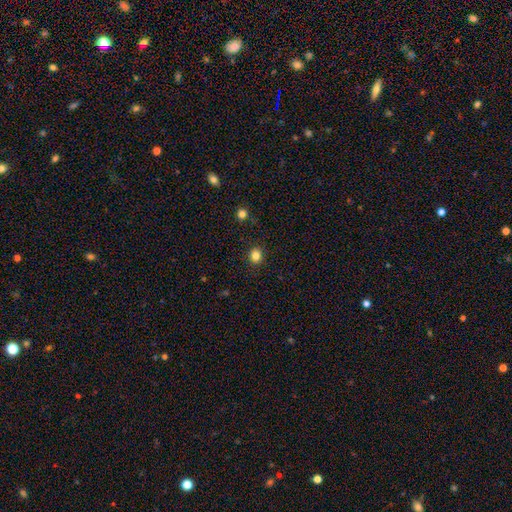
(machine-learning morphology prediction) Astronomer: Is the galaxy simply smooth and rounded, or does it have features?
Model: smooth — 83%.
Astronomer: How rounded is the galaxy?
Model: round — 80%.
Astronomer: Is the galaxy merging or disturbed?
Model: none — 91%.